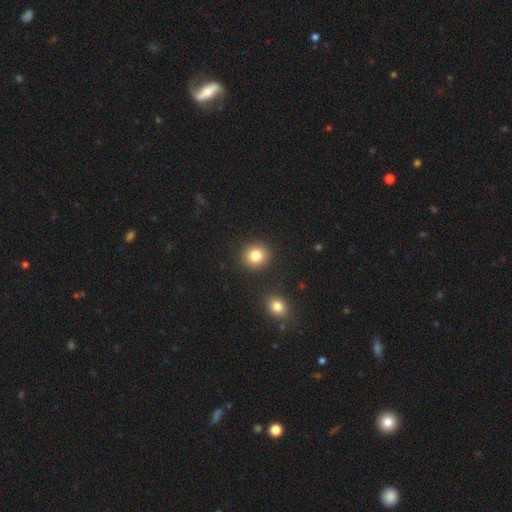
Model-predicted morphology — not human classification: smooth-or-featured: smooth: 82% | star or artifact: 11% | featured or disk: 7%
  how-rounded: round: 85% | in between: 14% | cigar-shaped: 1%
  merging: none: 89% | minor disturbance: 6% | merger: 3% | major disturbance: 2%